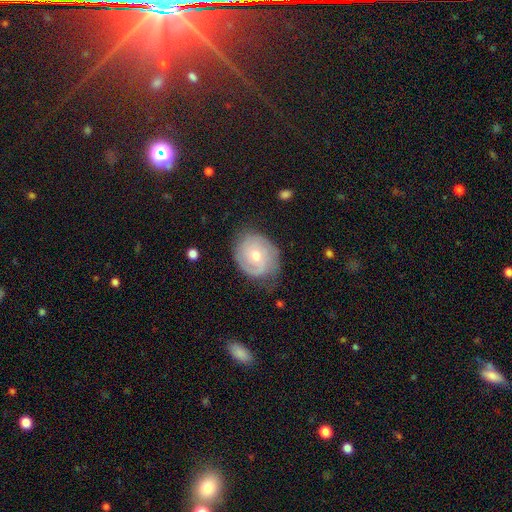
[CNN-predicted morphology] This is likely a featured or disk galaxy (71%). It is clearly not viewed edge-on (97%). Bar: likely no (64%). Spiral arm pattern: clearly yes (90%). Spiral arm count: possibly 2 (51%). Spiral winding: possibly tight (57%). Central bulge: possibly moderate (57%). Merging: likely none (69%).